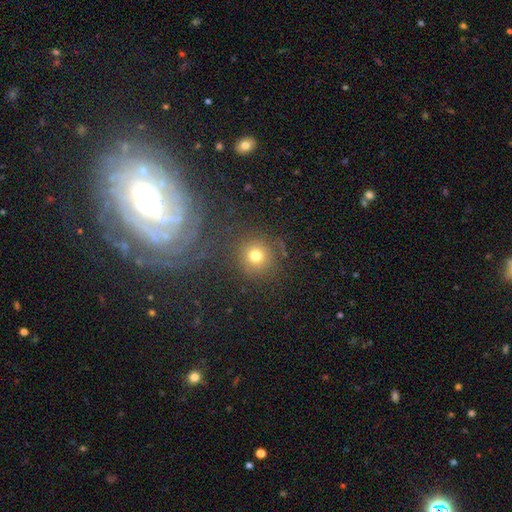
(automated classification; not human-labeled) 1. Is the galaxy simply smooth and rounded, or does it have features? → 72% smooth, 16% star or artifact, 12% featured or disk.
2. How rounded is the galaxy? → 91% round, 8% in between, 1% cigar-shaped.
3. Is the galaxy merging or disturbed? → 75% none, 10% minor disturbance, 9% merger, 6% major disturbance.